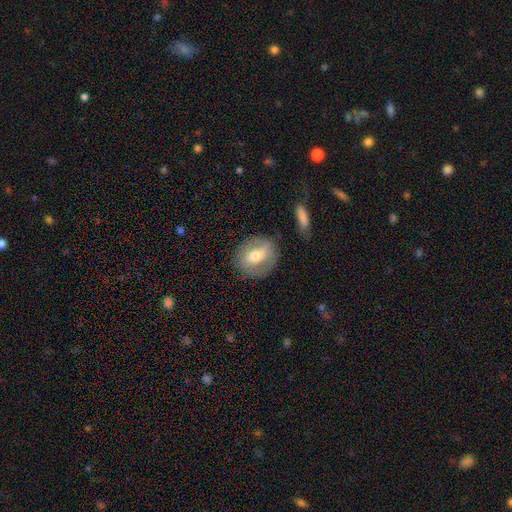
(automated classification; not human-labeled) Smooth or featured?
  - featured or disk: 47% *
  - smooth: 46%
  - star or artifact: 7%
Merging?
  - none: 79% *
  - minor disturbance: 13%
  - major disturbance: 5%
  - merger: 3%